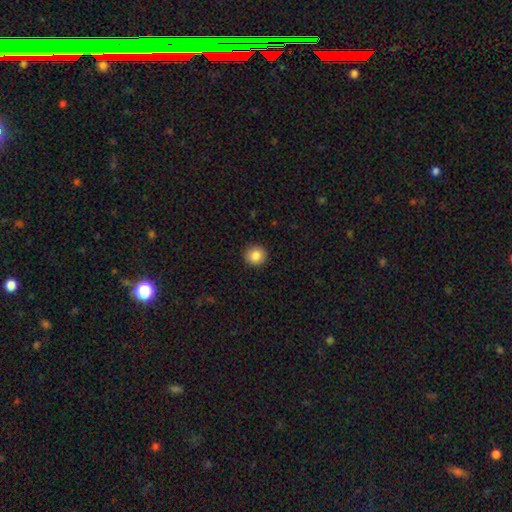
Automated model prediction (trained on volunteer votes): A smooth galaxy with no disk features (85%) that is round (92%). Merging: none (92%).